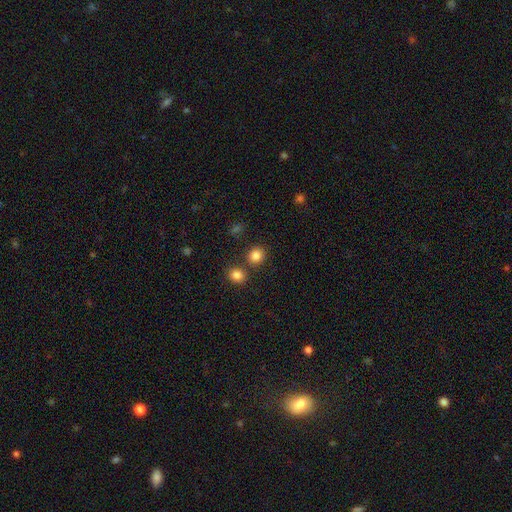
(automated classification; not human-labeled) Smooth or featured? Predicted: smooth (p=0.85). How rounded? Predicted: round (p=0.83). Merging? Predicted: none (p=0.77).